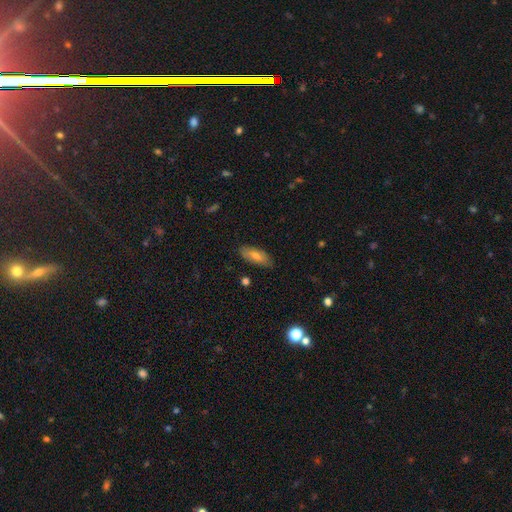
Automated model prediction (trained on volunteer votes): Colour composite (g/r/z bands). It shows a smooth galaxy with no disk features (64%) that is in between round and cigar-shaped (76%). Merging: none (85%).